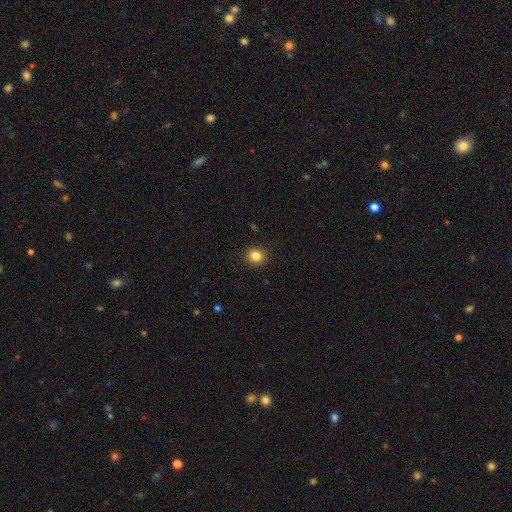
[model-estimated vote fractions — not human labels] Smooth or featured: smooth — 84% (star or artifact — 11%)
How rounded: round — 83% (in between — 16%)
Merging: none — 91% (minor disturbance — 6%)